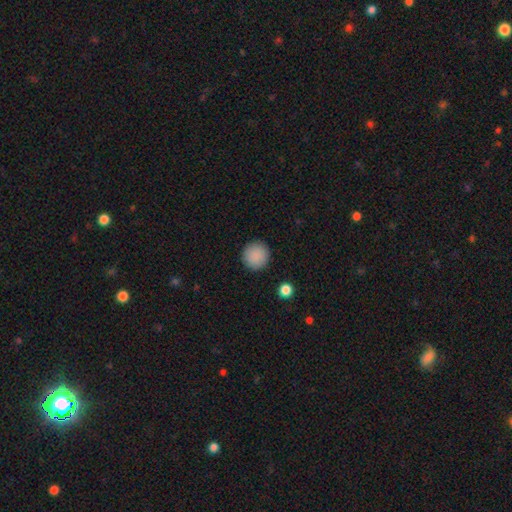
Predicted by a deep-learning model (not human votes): This is clearly a smooth galaxy (89%). How rounded: clearly round (95%). Merging: clearly none (92%).